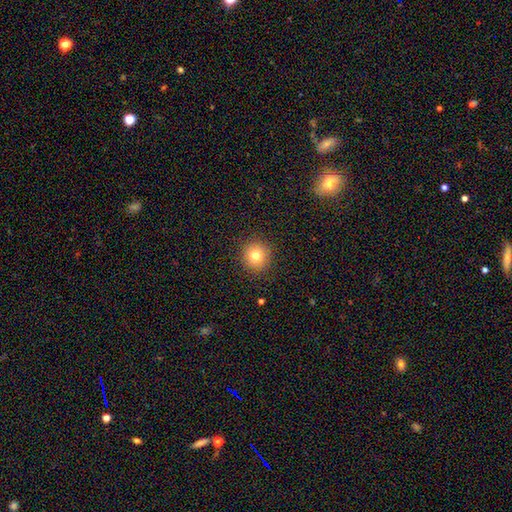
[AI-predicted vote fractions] A smooth galaxy with no disk features (79%) that is round (93%). Merging: none (90%).